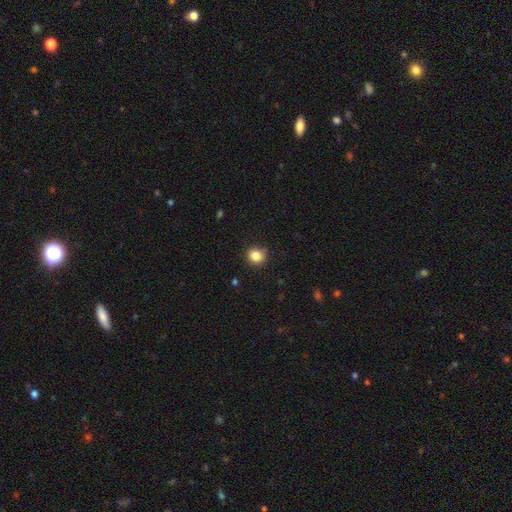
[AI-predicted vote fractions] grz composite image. It shows a smooth galaxy with no disk features (84%) that is round (87%). Merging: none (85%).